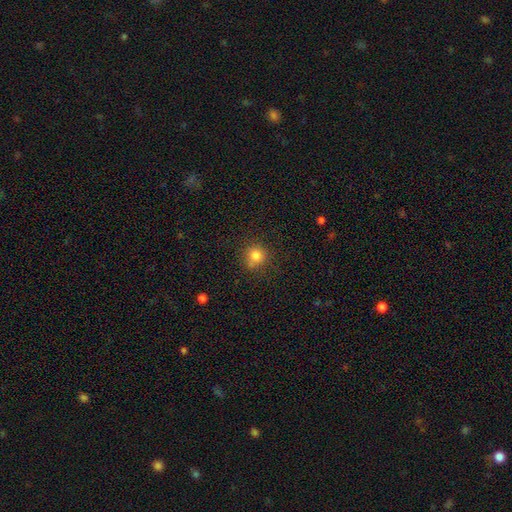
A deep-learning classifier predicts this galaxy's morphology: smooth_or_featured: smooth (p=0.81) [alt: star or artifact p=0.13]
how_rounded: round (p=0.91) [alt: in between p=0.08]
merging: none (p=0.76) [alt: minor disturbance p=0.13]